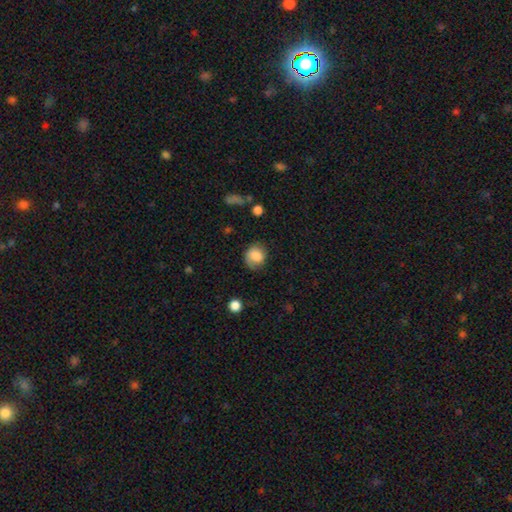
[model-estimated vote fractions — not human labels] A smooth galaxy with no disk features (75%) that is round (69%).

Vote fractions:
- Smooth or featured? smooth: 75% / featured or disk: 16% / star or artifact: 8%
- How rounded? round: 69% / in between: 30% / cigar-shaped: 1%
- Merging? none: 63% / minor disturbance: 25% / major disturbance: 11% / merger: 2%